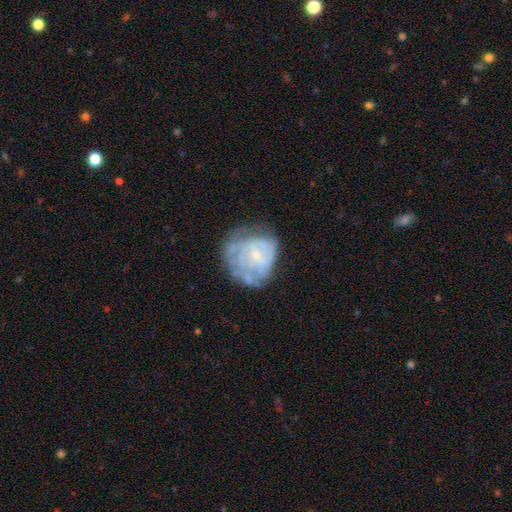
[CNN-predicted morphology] This is likely a featured or disk galaxy (66%). It is clearly not viewed edge-on (98%). Bar: likely no (74%). Spiral arm pattern: possibly yes (58%). Central bulge: likely small (71%). Merging: possibly none (48%).